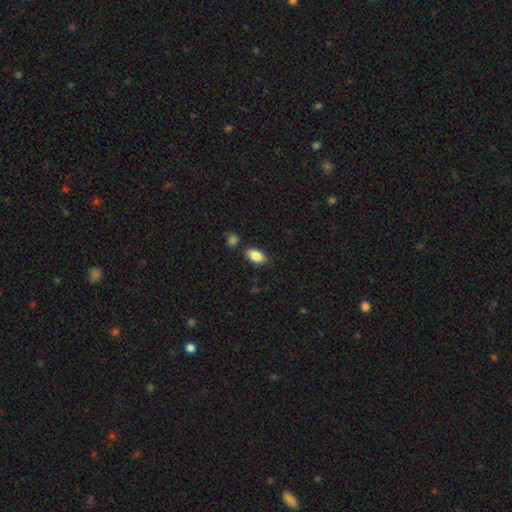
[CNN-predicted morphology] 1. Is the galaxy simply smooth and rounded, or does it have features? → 85% smooth, 7% star or artifact, 7% featured or disk.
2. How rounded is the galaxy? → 92% in between, 5% round, 3% cigar-shaped.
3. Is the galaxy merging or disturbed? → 82% none, 11% minor disturbance, 5% merger, 2% major disturbance.